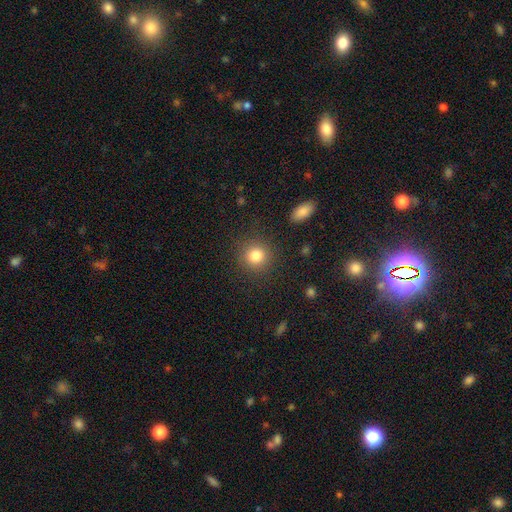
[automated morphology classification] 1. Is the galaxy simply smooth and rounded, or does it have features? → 83% smooth, 11% star or artifact, 7% featured or disk.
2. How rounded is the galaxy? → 91% round, 8% in between, 1% cigar-shaped.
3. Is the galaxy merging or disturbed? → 87% none, 8% minor disturbance, 3% major disturbance, 2% merger.